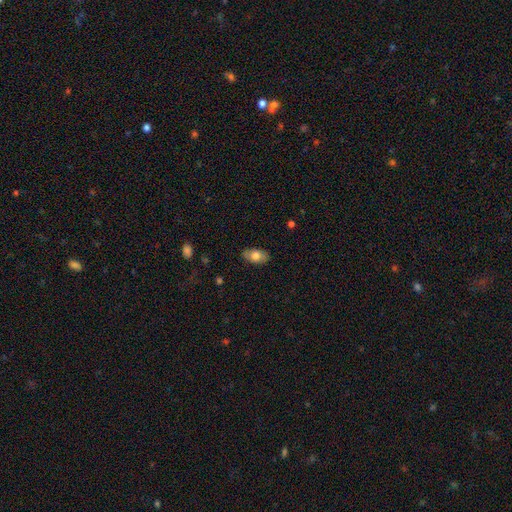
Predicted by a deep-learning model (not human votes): The model was most divided on "smooth or featured": smooth: 73%, featured or disk: 20%, star or artifact: 7%. More confident: how rounded — in between (92%); merging — none (83%).